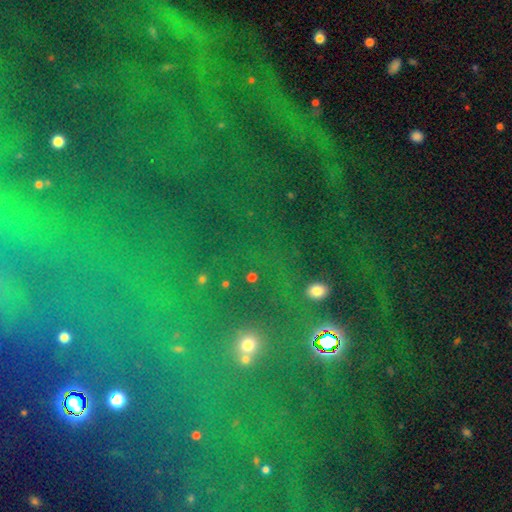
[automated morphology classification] Overall: star or artifact (80%).